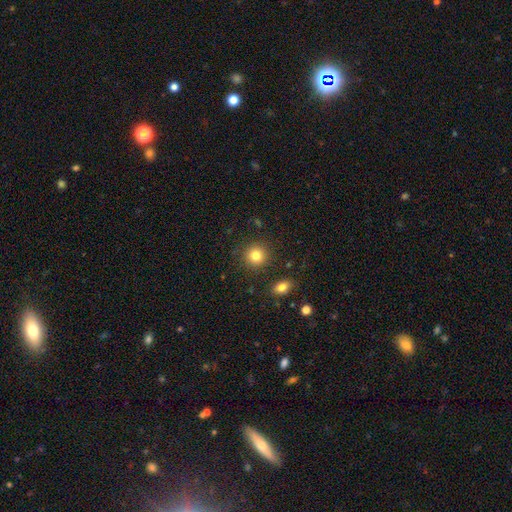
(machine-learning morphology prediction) smooth 82%, star or artifact 11%, featured or disk 7%. Down the decision tree: how rounded — round (91%); merging — none (88%).